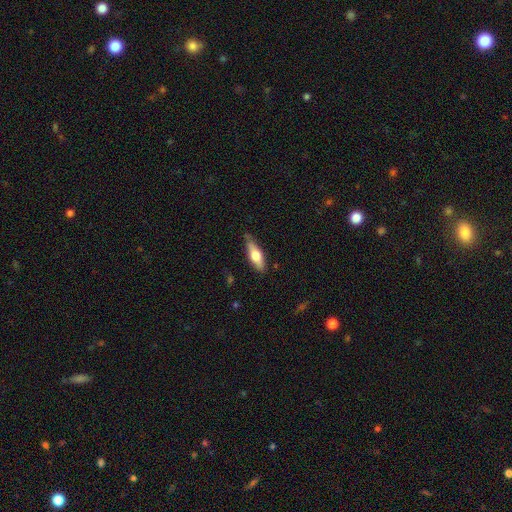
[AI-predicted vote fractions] smooth-or-featured: smooth: 59% | featured or disk: 35% | star or artifact: 6%
  how-rounded: in between: 52% | cigar-shaped: 46% | round: 2%
  merging: none: 76% | minor disturbance: 19% | major disturbance: 3% | merger: 2%